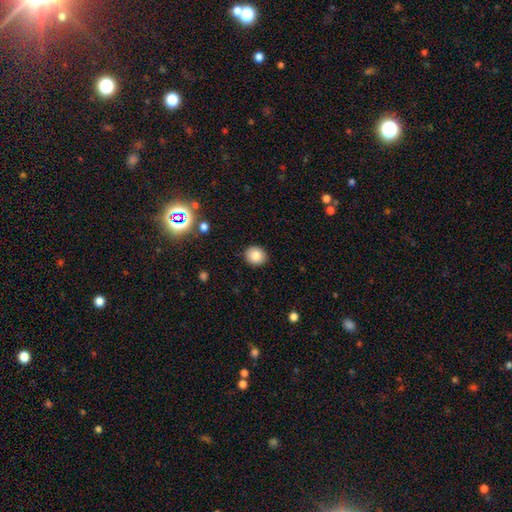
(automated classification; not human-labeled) Smooth or featured? Predicted: smooth (p=0.83). How rounded? Predicted: round (p=0.81). Merging? Predicted: none (p=0.90).